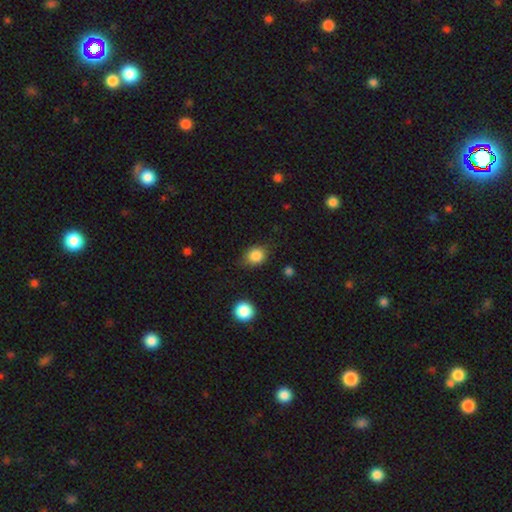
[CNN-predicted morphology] smooth_or_featured: smooth (p=0.85) [alt: star or artifact p=0.10]
how_rounded: round (p=0.54) [alt: in between p=0.45]
merging: none (p=0.74) [alt: minor disturbance p=0.20]